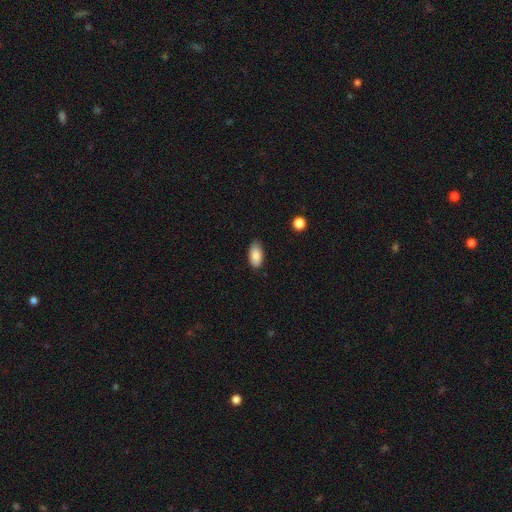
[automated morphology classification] This is clearly a smooth galaxy (86%). How rounded: clearly in between (93%). Merging: clearly none (82%).